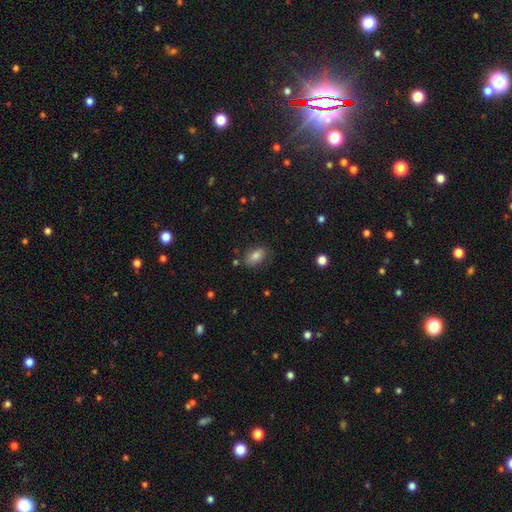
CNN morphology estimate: The model was most divided on "merging": none: 75%, minor disturbance: 17%, major disturbance: 4%, merger: 3%. More confident: how rounded — in between (88%); smooth or featured — smooth (79%).